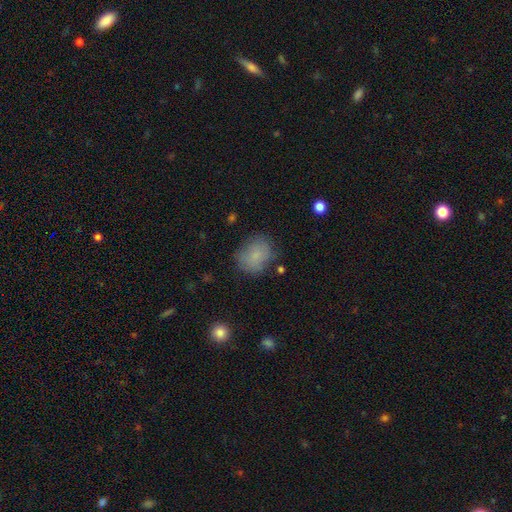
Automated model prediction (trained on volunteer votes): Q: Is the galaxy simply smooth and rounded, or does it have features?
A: smooth — 79%.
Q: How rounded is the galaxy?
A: round — 57%.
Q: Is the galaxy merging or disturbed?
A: none — 72%.